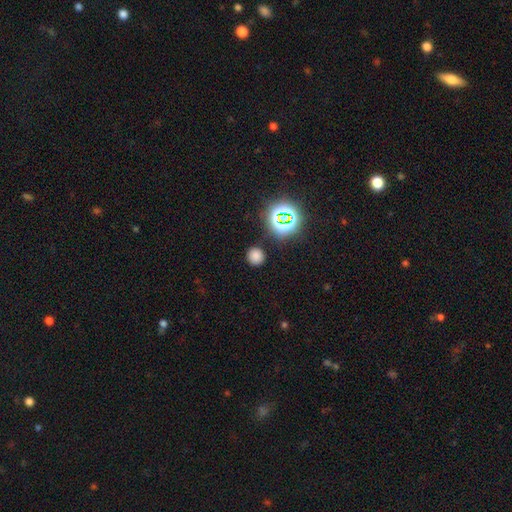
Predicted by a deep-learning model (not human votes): smooth 73%, star or artifact 21%, featured or disk 5%. Down the decision tree: how rounded — round (91%); merging — none (87%).